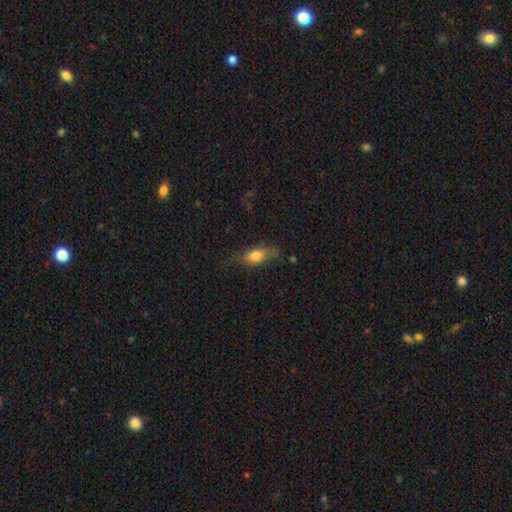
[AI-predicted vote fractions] A smooth galaxy with no disk features (73%) that is in between round and cigar-shaped (78%).

Vote fractions:
- Smooth or featured? smooth: 73% / featured or disk: 19% / star or artifact: 8%
- How rounded? in between: 78% / cigar-shaped: 16% / round: 6%
- Merging? none: 58% / minor disturbance: 27% / major disturbance: 13% / merger: 2%